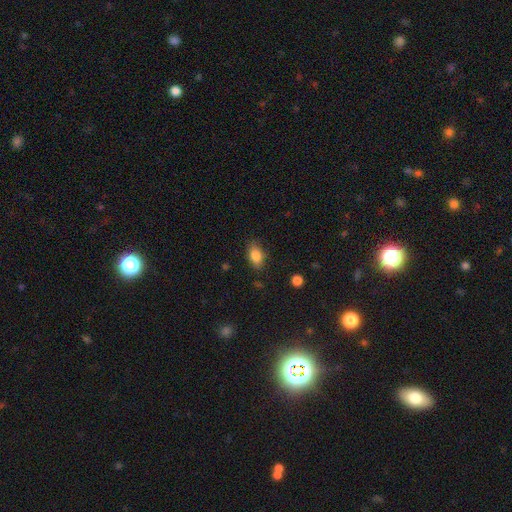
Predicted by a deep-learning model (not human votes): Smooth or featured? Predicted: smooth (p=0.84). How rounded? Predicted: in between (p=0.85). Merging? Predicted: none (p=0.80).